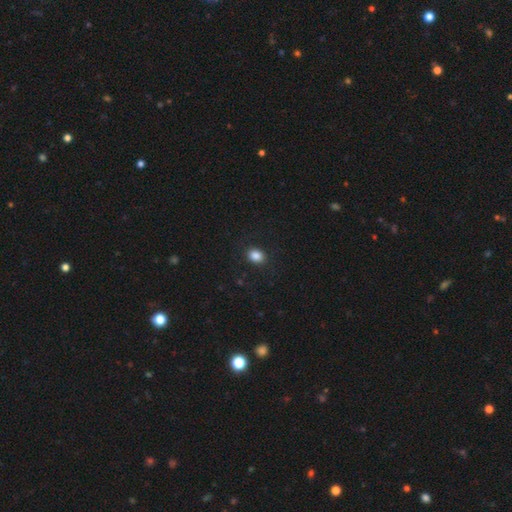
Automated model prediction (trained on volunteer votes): Smooth or featured?
  - smooth: 86% *
  - star or artifact: 10%
  - featured or disk: 4%
How rounded?
  - in between: 54% *
  - round: 45%
  - cigar-shaped: 1%
Merging?
  - none: 88% *
  - minor disturbance: 8%
  - major disturbance: 3%
  - merger: 1%